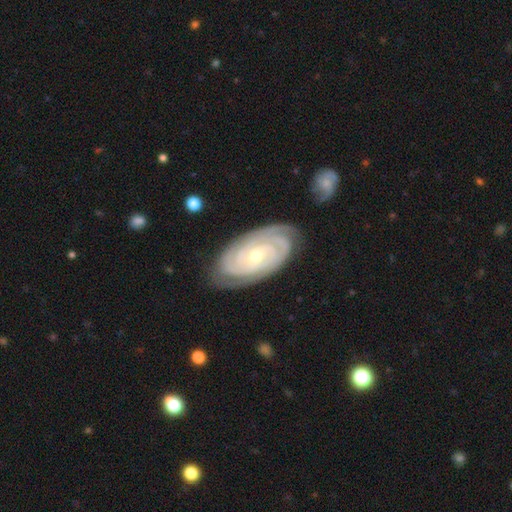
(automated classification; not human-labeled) Smooth or featured? Predicted: featured or disk (p=0.90). Edge-on disk? Predicted: no (p=0.96). Bar? Predicted: no (p=0.63). Spiral arms? Predicted: yes (p=0.98). Spiral winding? Predicted: tight (p=0.84). Spiral arm count? Predicted: 2 (p=0.29). Bulge size? Predicted: small (p=0.62). Merging? Predicted: none (p=0.80).